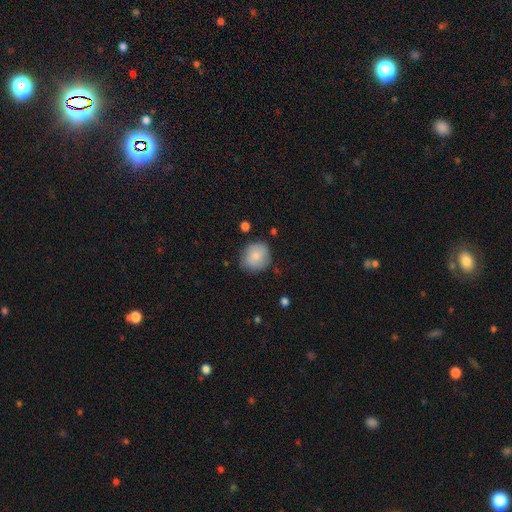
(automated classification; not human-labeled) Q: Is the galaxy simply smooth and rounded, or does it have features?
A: smooth — 80%.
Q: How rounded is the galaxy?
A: round — 80%.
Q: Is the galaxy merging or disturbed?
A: none — 72%.